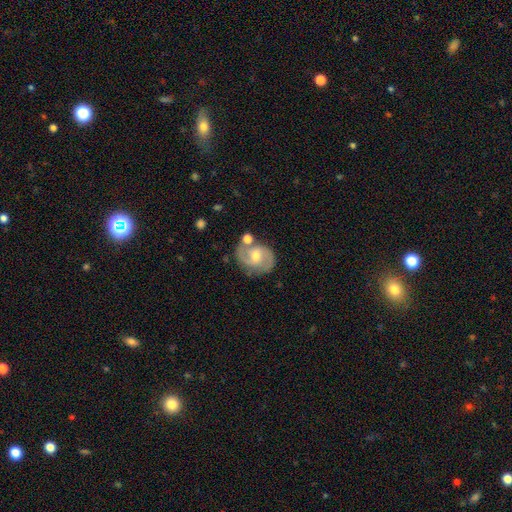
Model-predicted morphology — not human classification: This is likely a featured or disk galaxy (78%). It is clearly not viewed edge-on (97%). Bar: marginally no (44%, tied with weak). Spiral arm pattern: clearly yes (93%). Spiral arm count: clearly 2 (88%). Spiral winding: possibly medium (56%). Central bulge: likely moderate (62%). Merging: likely none (65%).